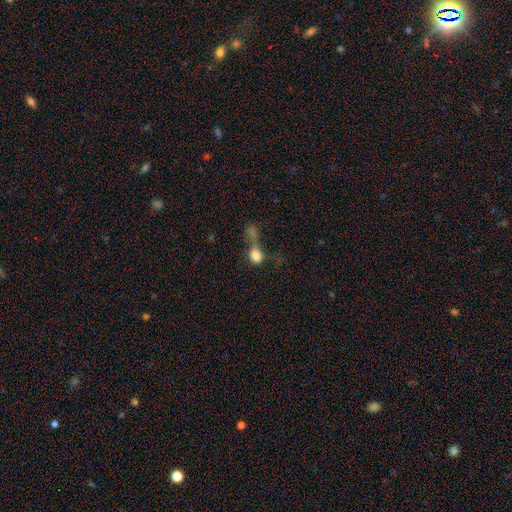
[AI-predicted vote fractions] Smooth or featured? Predicted: smooth (p=0.73). How rounded? Predicted: round (p=0.59). Merging? Predicted: merger (p=0.44).